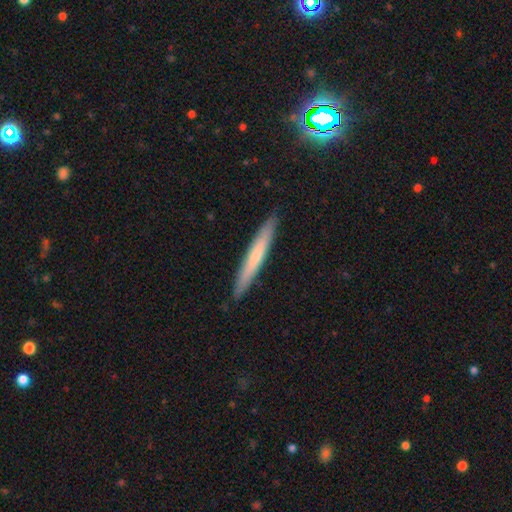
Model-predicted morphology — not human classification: The model was most divided on "smooth or featured": smooth: 59%, featured or disk: 36%, star or artifact: 5%. More confident: how rounded — cigar-shaped (96%); merging — none (91%).